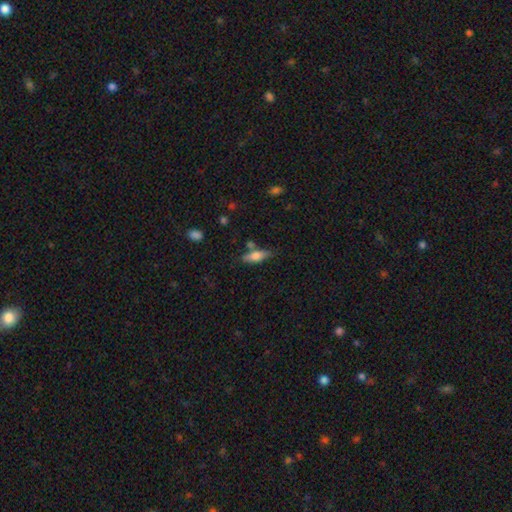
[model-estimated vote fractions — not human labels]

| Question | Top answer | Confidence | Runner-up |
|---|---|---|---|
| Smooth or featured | smooth | 65% | featured or disk (27%) |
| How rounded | in between | 53% | cigar-shaped (44%) |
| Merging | none | 67% | minor disturbance (17%) |